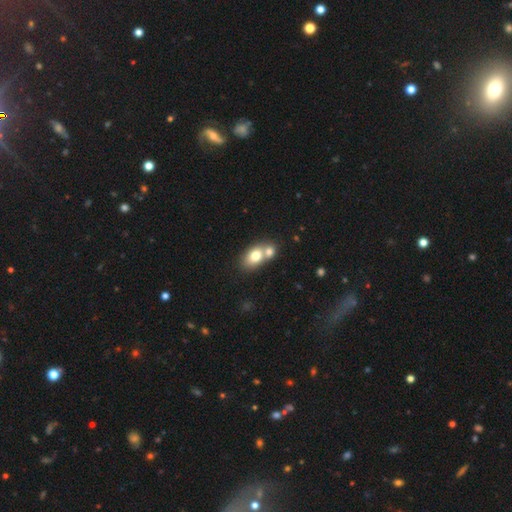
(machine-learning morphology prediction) Smooth or featured?
  - smooth: 72% *
  - featured or disk: 19%
  - star or artifact: 9%
How rounded?
  - in between: 78% *
  - round: 20%
  - cigar-shaped: 2%
Merging?
  - merger: 59% *
  - none: 31%
  - minor disturbance: 8%
  - major disturbance: 3%